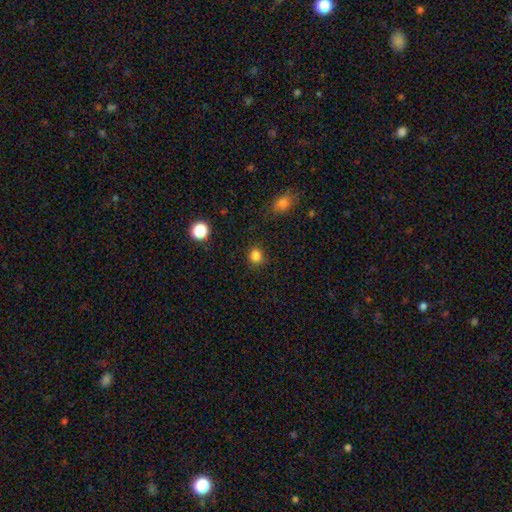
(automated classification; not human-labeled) A smooth galaxy with no disk features (84%) that is round (84%). Merging: none (86%).